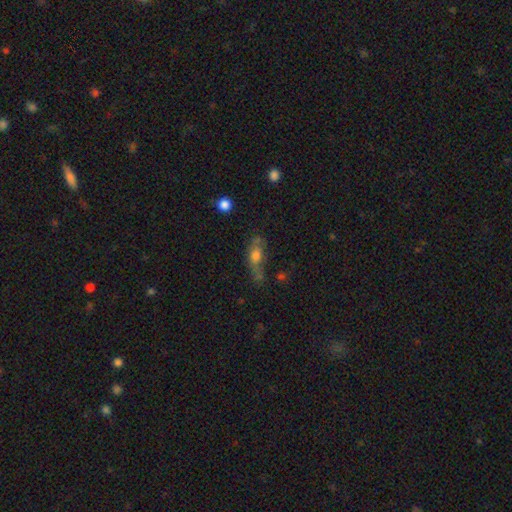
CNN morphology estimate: smooth 57%, featured or disk 31%, star or artifact 12%. Down the decision tree: how rounded — in between (63%); merging — none (47%).